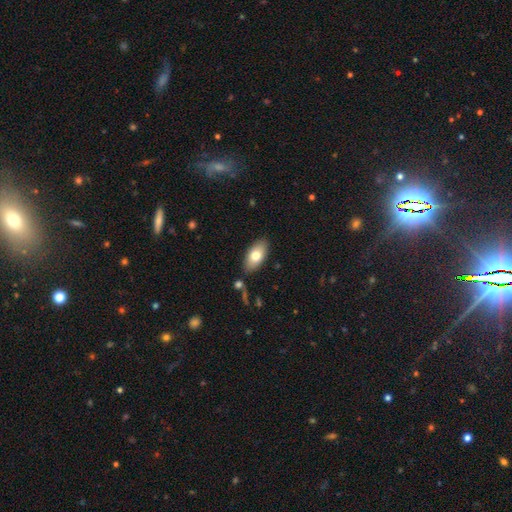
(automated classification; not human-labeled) smooth-or-featured: smooth: 75% | featured or disk: 18% | star or artifact: 7%
  how-rounded: in between: 91% | cigar-shaped: 5% | round: 3%
  merging: none: 84% | minor disturbance: 10% | merger: 3% | major disturbance: 2%